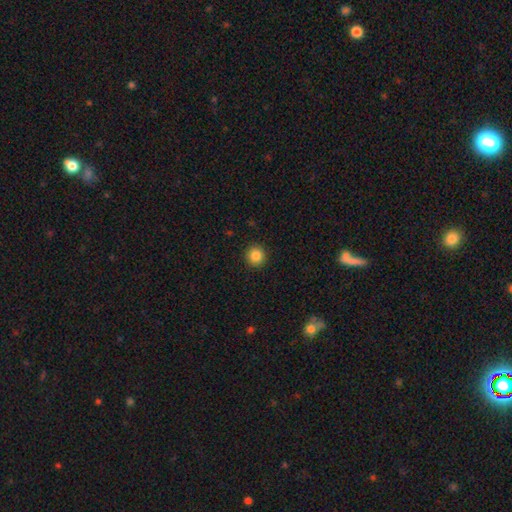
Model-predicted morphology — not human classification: smooth_or_featured: smooth (p=0.85) [alt: star or artifact p=0.10]
how_rounded: round (p=0.95) [alt: in between p=0.04]
merging: none (p=0.93) [alt: minor disturbance p=0.05]